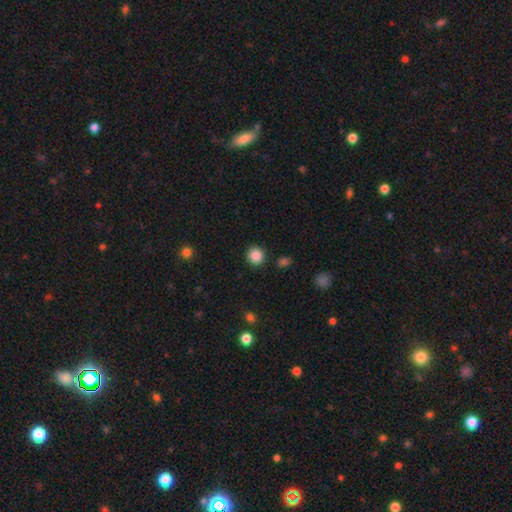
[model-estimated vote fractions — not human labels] smooth_or_featured: smooth (p=0.87) [alt: star or artifact p=0.10]
how_rounded: round (p=0.93) [alt: in between p=0.06]
merging: none (p=0.90) [alt: minor disturbance p=0.06]